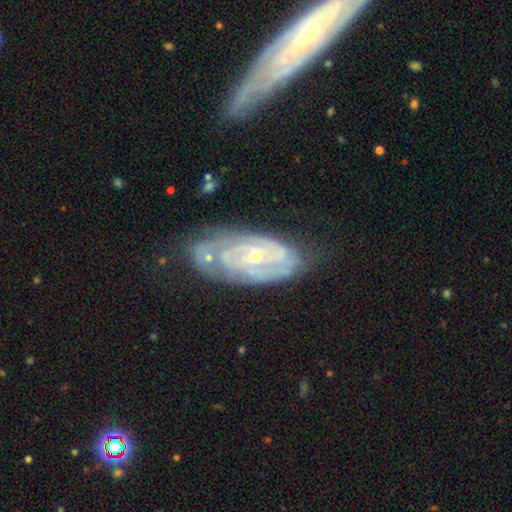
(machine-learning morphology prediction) Q: Smooth or featured?
A: featured or disk (86%); runner-up: smooth (9%)
Q: Edge-on disk?
A: no (94%); runner-up: yes (6%)
Q: Bar?
A: no (45%); runner-up: weak (40%)
Q: Spiral arms?
A: yes (93%); runner-up: no (7%)
Q: Spiral winding?
A: tight (68%); runner-up: medium (26%)
Q: Spiral arm count?
A: 2 (38%); runner-up: can't tell (29%)
Q: Bulge size?
A: small (57%); runner-up: moderate (40%)
Q: Merging?
A: none (61%); runner-up: minor disturbance (24%)